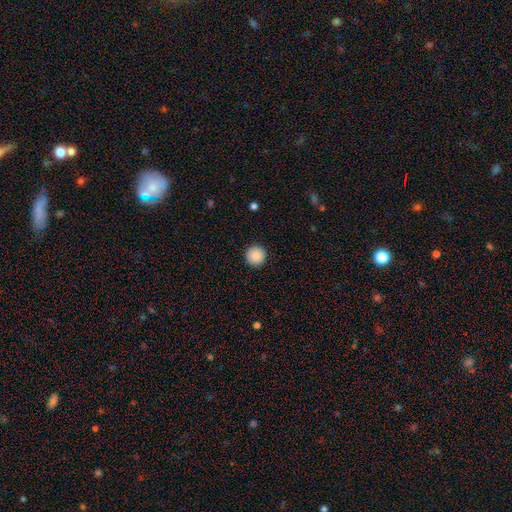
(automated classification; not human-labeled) Smooth or featured? smooth (87%)
How rounded? round (96%)
Merging? none (92%)